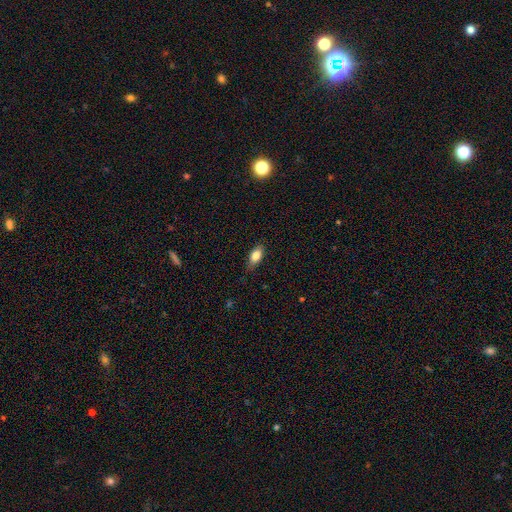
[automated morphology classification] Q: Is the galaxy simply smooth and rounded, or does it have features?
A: smooth — 80%.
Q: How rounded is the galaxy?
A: in between — 85%.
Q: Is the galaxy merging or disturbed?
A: none — 80%.